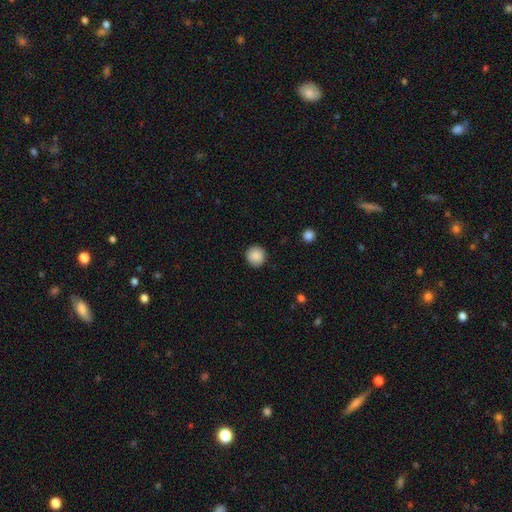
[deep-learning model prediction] The model was most divided on "smooth or featured": smooth: 89%, star or artifact: 8%, featured or disk: 3%. More confident: how rounded — round (94%); merging — none (91%).